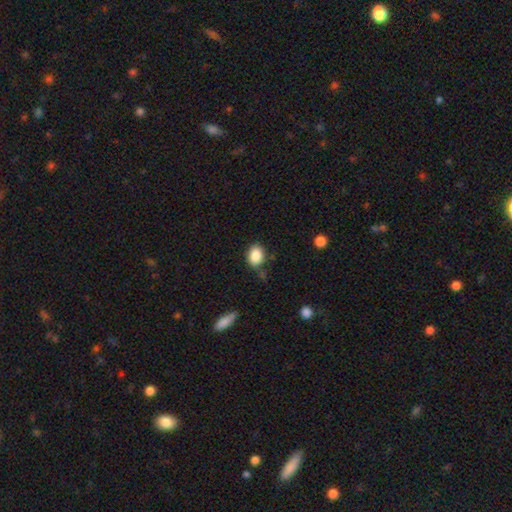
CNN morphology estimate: A smooth galaxy with no disk features (87%) that is in between round and cigar-shaped (72%). Merging: none (70%).